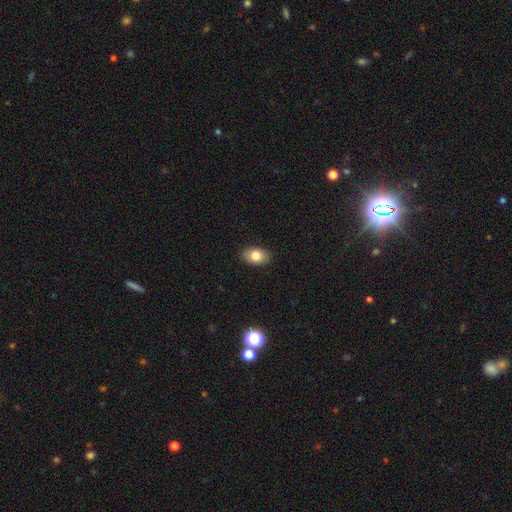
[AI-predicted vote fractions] Overall: smooth (82%). How rounded: in between (86%). Merging: none (89%).